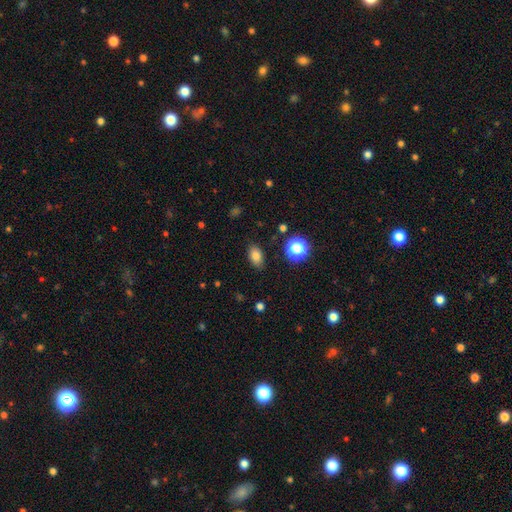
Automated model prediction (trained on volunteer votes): This is clearly a smooth galaxy (80%). How rounded: clearly in between (83%). Merging: clearly none (85%).